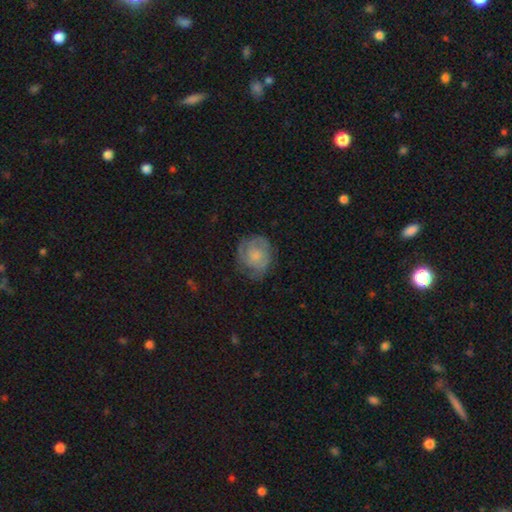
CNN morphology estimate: Smooth or featured: smooth — 47% (featured or disk — 45%)
Merging: none — 63% (minor disturbance — 24%)